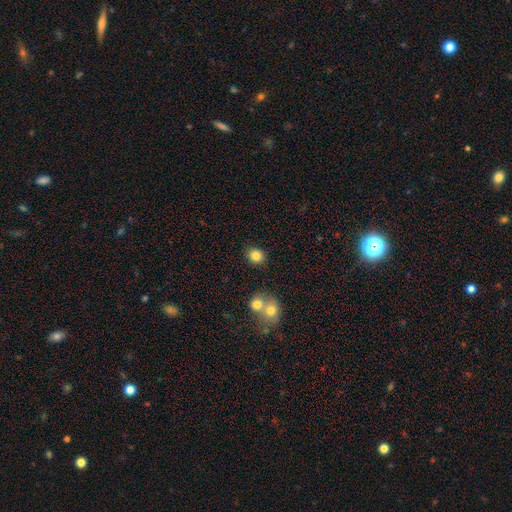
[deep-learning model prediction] The model was most divided on "how rounded": round: 67%, in between: 32%, cigar-shaped: 1%. More confident: smooth or featured — smooth (83%); merging — none (82%).